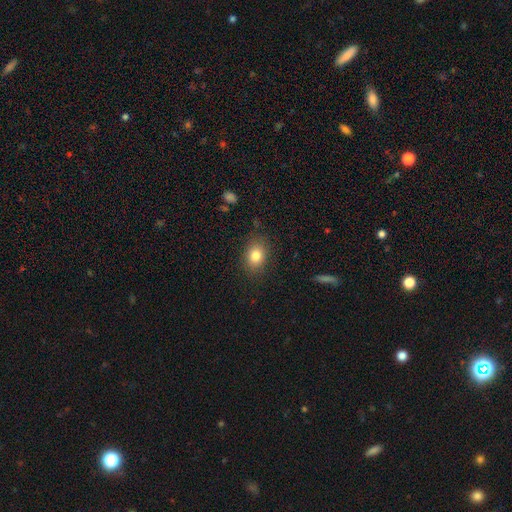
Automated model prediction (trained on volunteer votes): This is clearly a smooth galaxy (81%). How rounded: likely in between (63%). Merging: clearly none (85%).